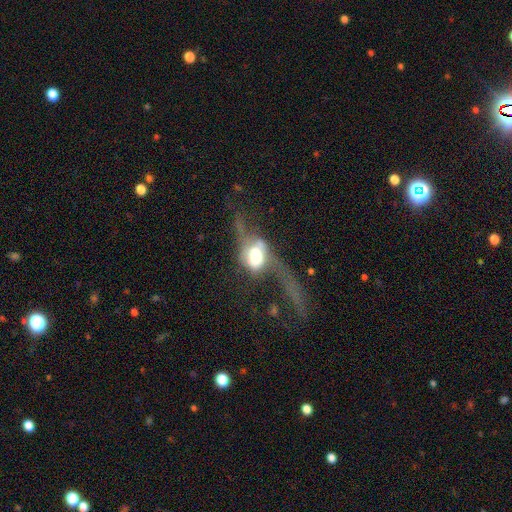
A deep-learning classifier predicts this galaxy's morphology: Smooth or featured?
  - featured or disk: 59% *
  - smooth: 33%
  - star or artifact: 8%
Edge-on disk?
  - no: 61% *
  - yes: 39%
Merging?
  - major disturbance: 57% *
  - none: 20%
  - minor disturbance: 14%
  - merger: 9%